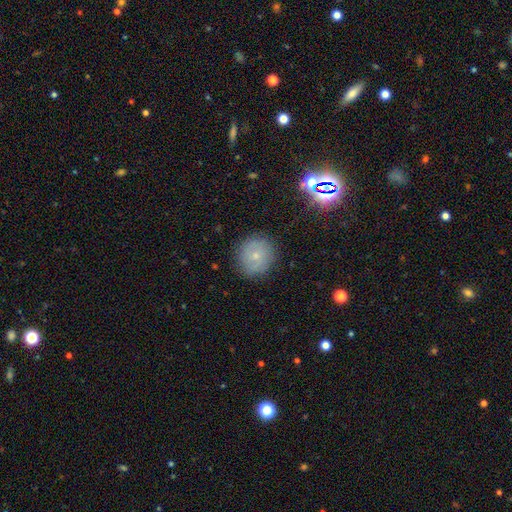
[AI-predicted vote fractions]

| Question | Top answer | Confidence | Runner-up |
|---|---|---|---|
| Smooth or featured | smooth | 57% | featured or disk (30%) |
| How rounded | round | 88% | in between (11%) |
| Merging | none | 85% | minor disturbance (11%) |